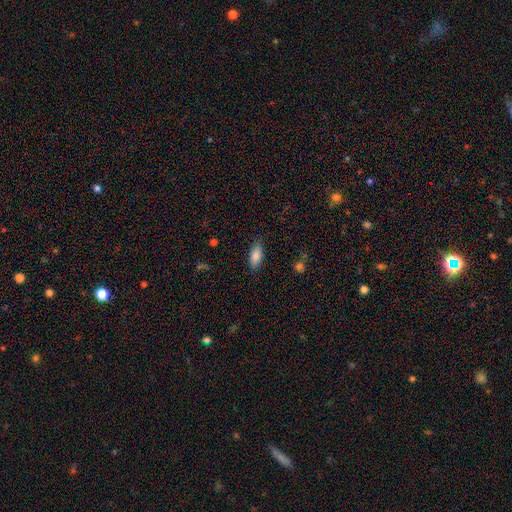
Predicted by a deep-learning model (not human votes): Smooth or featured? Predicted: smooth (p=0.84). How rounded? Predicted: in between (p=0.82). Merging? Predicted: none (p=0.85).